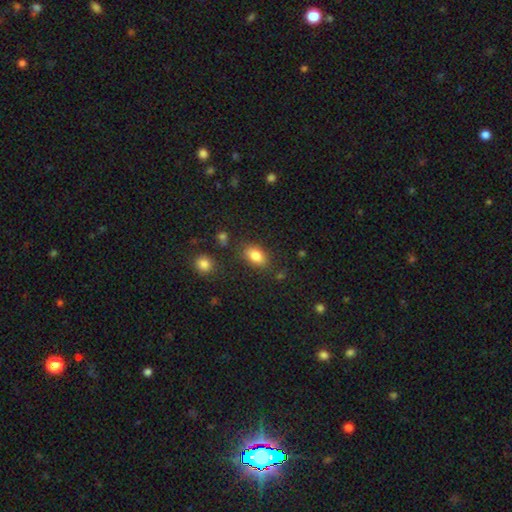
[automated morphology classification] Smooth or featured? Predicted: smooth (p=0.84). How rounded? Predicted: in between (p=0.87). Merging? Predicted: none (p=0.79).